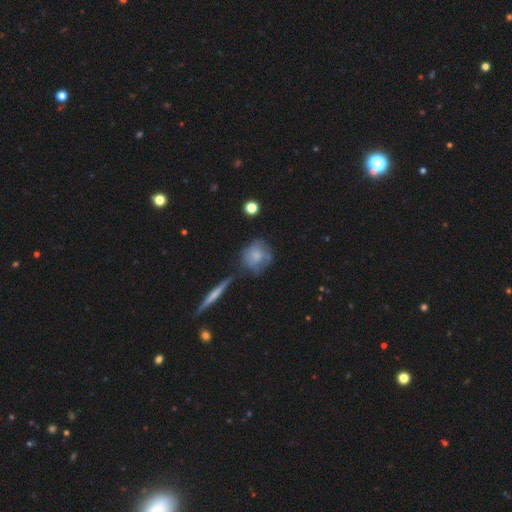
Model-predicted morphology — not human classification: smooth 61%, featured or disk 30%, star or artifact 9%. Down the decision tree: how rounded — round (77%); merging — none (50%).